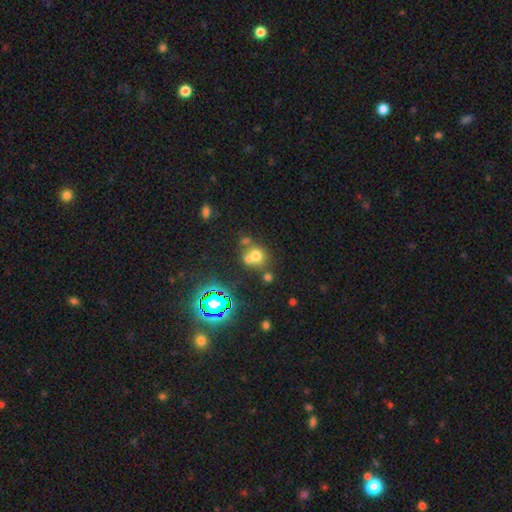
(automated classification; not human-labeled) smooth-or-featured: smooth: 62% | star or artifact: 22% | featured or disk: 15%
  how-rounded: round: 77% | in between: 22% | cigar-shaped: 1%
  merging: none: 44% | merger: 41% | minor disturbance: 10% | major disturbance: 5%